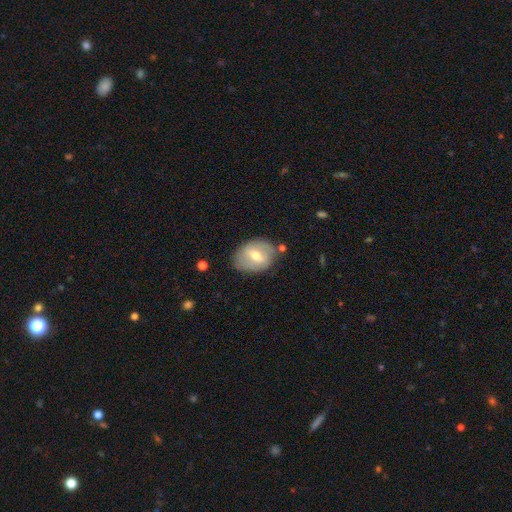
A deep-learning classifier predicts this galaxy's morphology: Overall: smooth (52%; featured or disk 41%). How rounded: in between (63%; round 36%). Merging: none (73%).